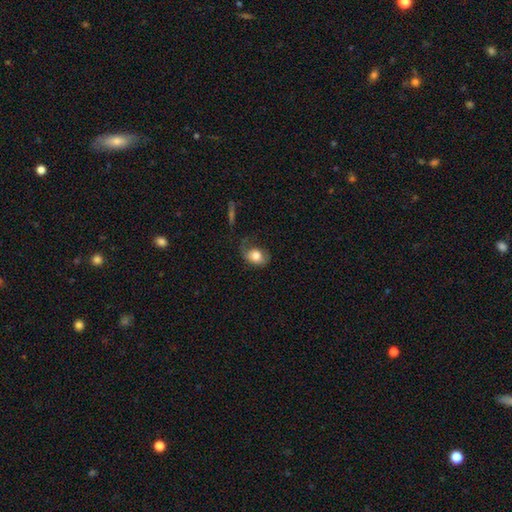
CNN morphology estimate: Smooth or featured: smooth — 74% (featured or disk — 18%)
How rounded: in between — 68% (round — 30%)
Merging: none — 41% (minor disturbance — 31%)